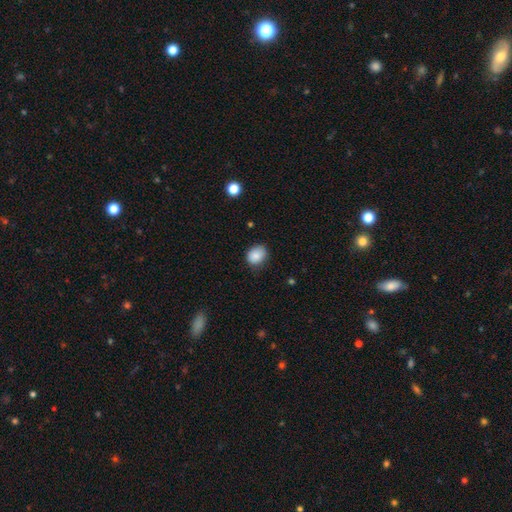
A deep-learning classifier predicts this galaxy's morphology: Q: Smooth or featured?
A: smooth (86%); runner-up: star or artifact (9%)
Q: How rounded?
A: round (54%); runner-up: in between (45%)
Q: Merging?
A: none (73%); runner-up: minor disturbance (22%)